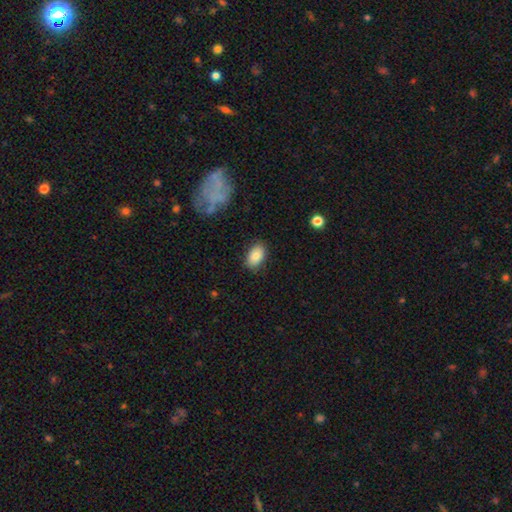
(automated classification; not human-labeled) smooth 83%, featured or disk 10%, star or artifact 8%. Down the decision tree: how rounded — in between (91%); merging — none (84%).